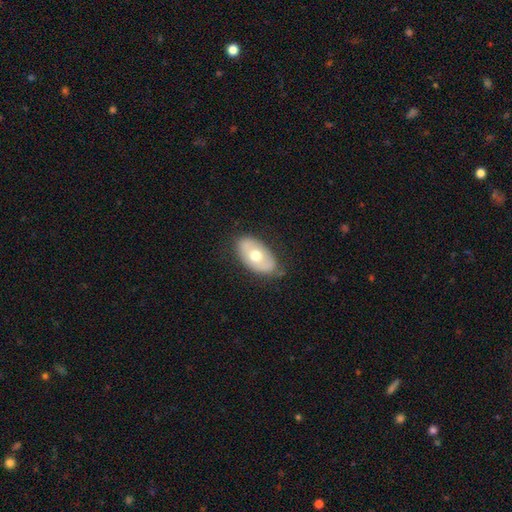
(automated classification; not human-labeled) A smooth galaxy with no disk features (56%) that is in between round and cigar-shaped (92%). Merging: none (76%).